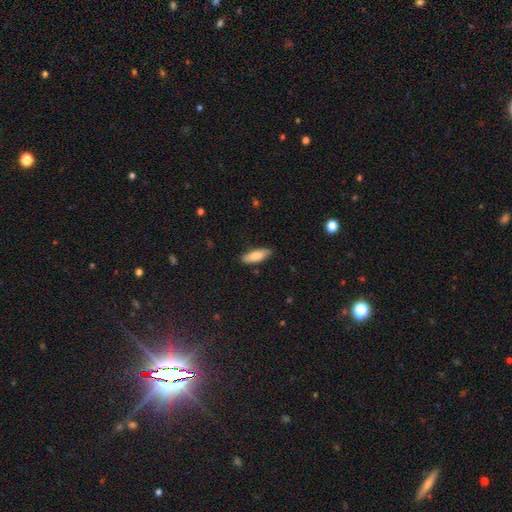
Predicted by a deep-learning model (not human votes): Overall: smooth (82%). How rounded: in between (65%; cigar-shaped 34%). Merging: none (85%).